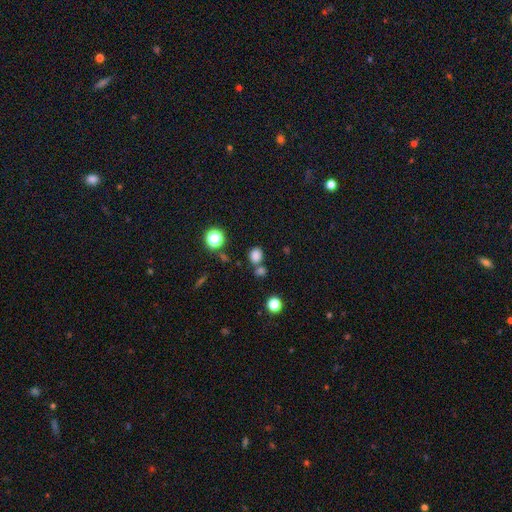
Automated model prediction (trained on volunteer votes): Smooth or featured? Predicted: smooth (p=0.78). How rounded? Predicted: round (p=0.66). Merging? Predicted: none (p=0.64).